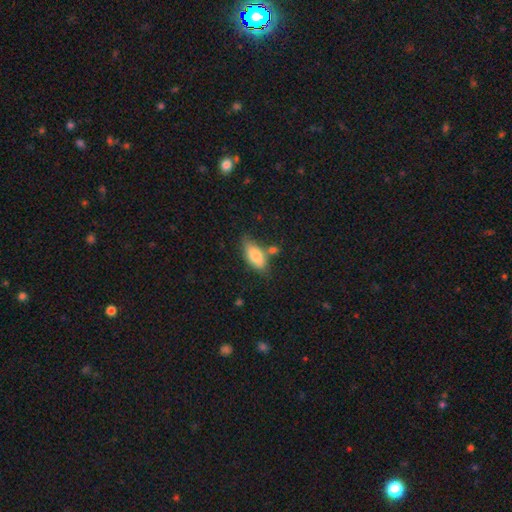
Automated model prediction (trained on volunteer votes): A smooth galaxy with no disk features (80%) that is in between round and cigar-shaped (85%).

Vote fractions:
- Smooth or featured? smooth: 80% / featured or disk: 13% / star or artifact: 7%
- How rounded? in between: 85% / cigar-shaped: 12% / round: 3%
- Merging? none: 60% / minor disturbance: 22% / merger: 13% / major disturbance: 6%